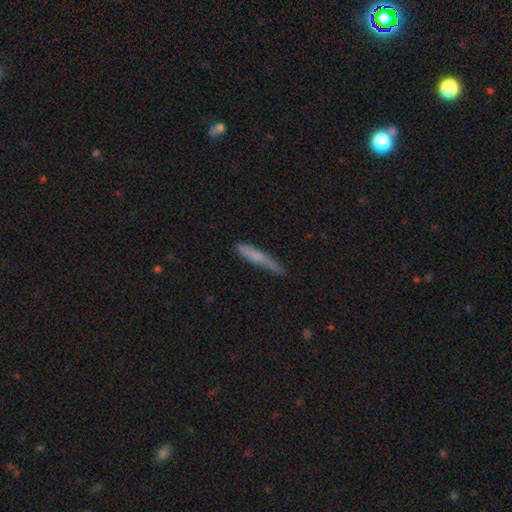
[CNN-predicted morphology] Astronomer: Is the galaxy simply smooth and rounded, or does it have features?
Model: smooth — 68%.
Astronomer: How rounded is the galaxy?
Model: cigar-shaped — 94%.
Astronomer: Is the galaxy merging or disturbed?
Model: none — 76%.